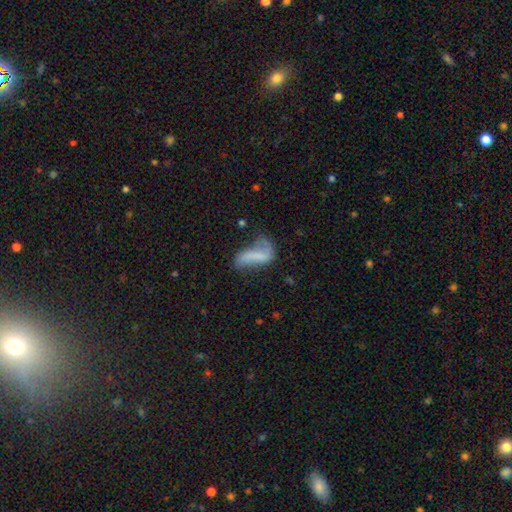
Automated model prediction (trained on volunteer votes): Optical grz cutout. It shows a featured or disk galaxy (48%). Merging: major disturbance (33%, tied with none).